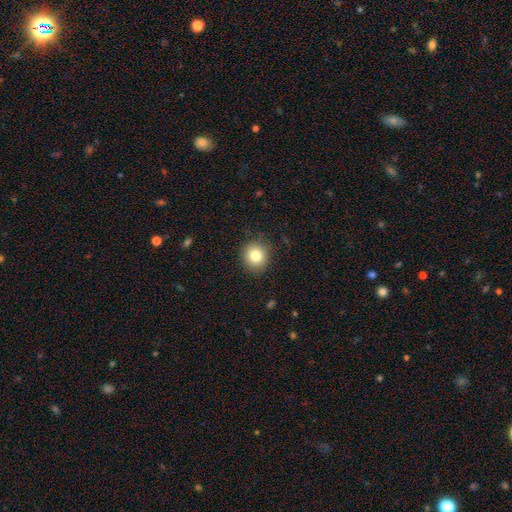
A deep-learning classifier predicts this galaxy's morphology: Smooth or featured?
  - smooth: 82% *
  - star or artifact: 10%
  - featured or disk: 8%
How rounded?
  - round: 87% *
  - in between: 12%
  - cigar-shaped: 1%
Merging?
  - none: 88% *
  - minor disturbance: 8%
  - major disturbance: 2%
  - merger: 1%